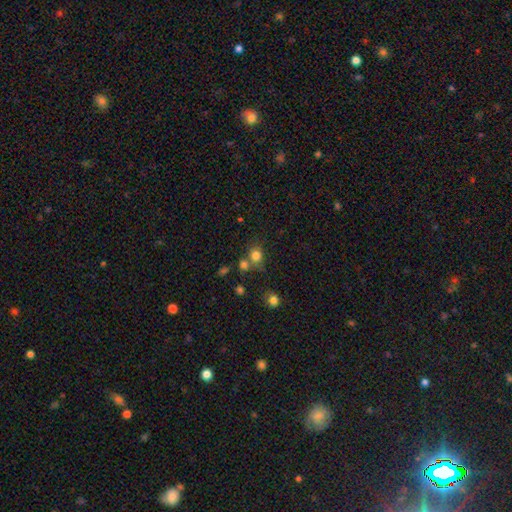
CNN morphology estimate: Q: Smooth or featured?
A: smooth (79%); runner-up: star or artifact (14%)
Q: How rounded?
A: round (75%); runner-up: in between (24%)
Q: Merging?
A: none (59%); runner-up: merger (25%)